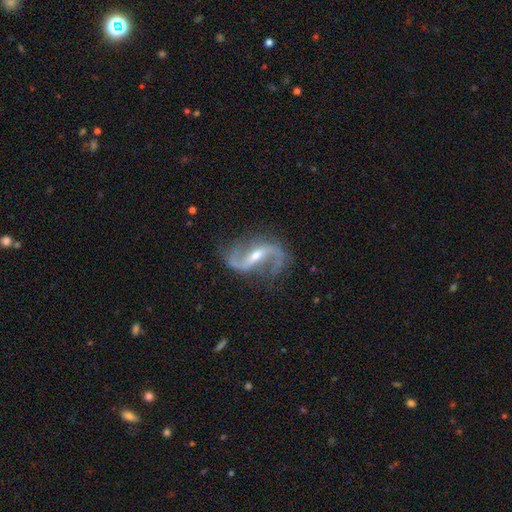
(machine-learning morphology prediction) Overall: featured or disk (91%). Edge-on disk: no (97%). Bar: strong (42%; weak 40%). Spiral arms: yes (97%). Spiral arm count: 2 (94%). Spiral winding: loose (67%; medium 27%). Bulge size: small (48%; moderate 46%). Merging: none (77%).